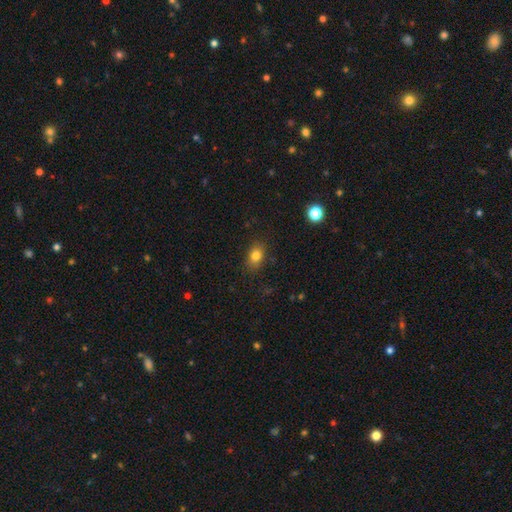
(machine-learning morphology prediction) smooth-or-featured: smooth: 81% | star or artifact: 11% | featured or disk: 8%
  how-rounded: in between: 72% | round: 26% | cigar-shaped: 2%
  merging: none: 84% | minor disturbance: 12% | major disturbance: 3% | merger: 1%